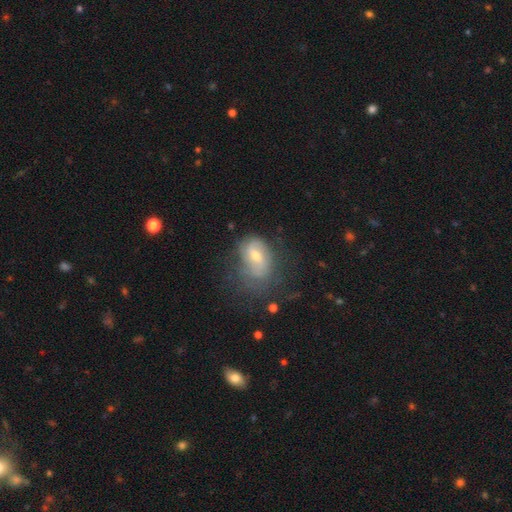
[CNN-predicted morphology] Overall: featured or disk (57%; smooth 33%). Edge-on disk: no (95%). Bar: weak (43%; no 42%). Spiral arms: yes (66%; no 34%). Bulge size: moderate (49%; small 46%). Merging: none (43%; minor disturbance 30%).